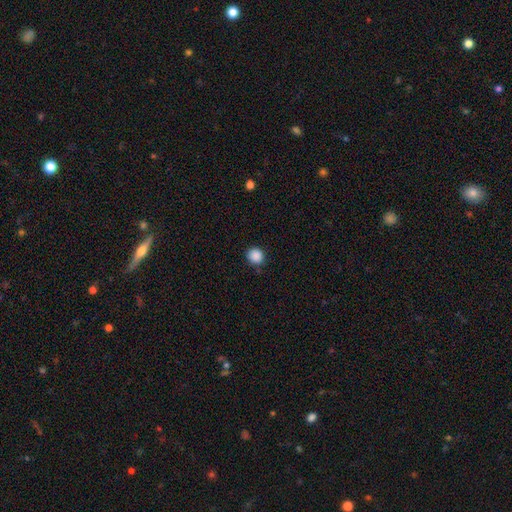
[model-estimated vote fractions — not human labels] This appears to be a smooth galaxy with no disk features (88%) that is round (87%). Merging: none (87%).